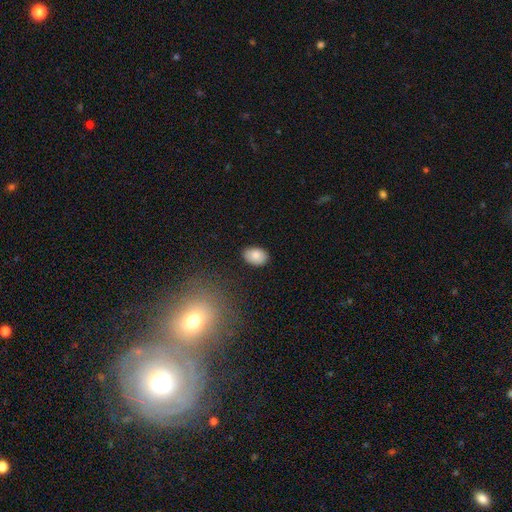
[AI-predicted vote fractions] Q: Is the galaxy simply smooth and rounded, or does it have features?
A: smooth — 85%.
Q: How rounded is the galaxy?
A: in between — 87%.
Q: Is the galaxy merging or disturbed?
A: none — 85%.